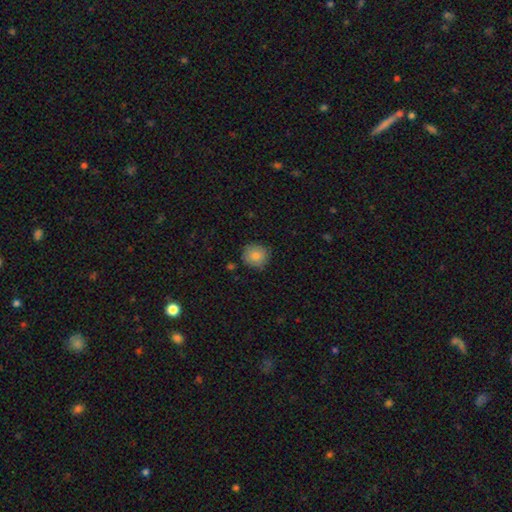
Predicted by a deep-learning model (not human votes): A smooth galaxy with no disk features (81%) that is round (91%). Merging: none (84%).